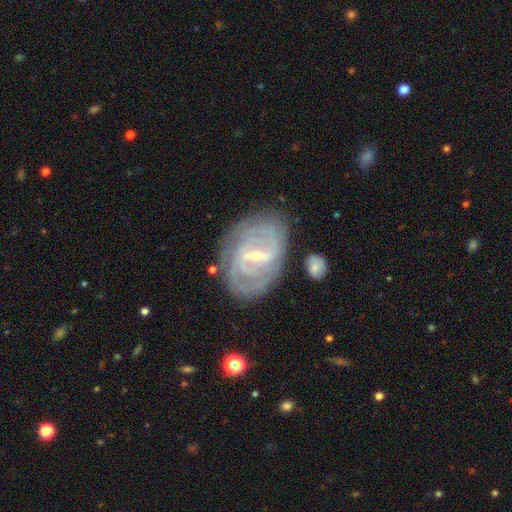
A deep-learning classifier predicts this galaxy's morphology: This appears to be a featured or disk galaxy (86%) with a strong bar (48%), 2 (35%) tight (64%) spiral arms (91%) and a small central bulge (69%). Merging: none (74%).